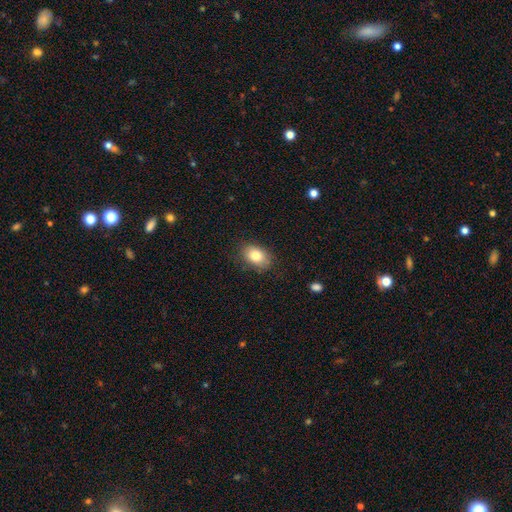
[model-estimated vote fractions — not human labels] A smooth galaxy with no disk features (83%) that is in between round and cigar-shaped (82%). Merging: none (82%).